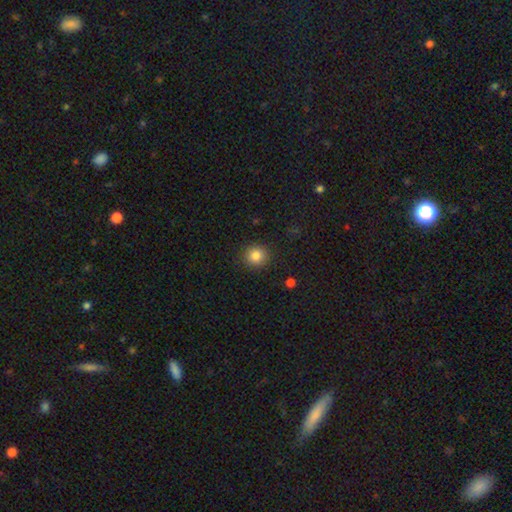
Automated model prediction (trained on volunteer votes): smooth_or_featured: smooth (p=0.83) [alt: star or artifact p=0.11]
how_rounded: round (p=0.91) [alt: in between p=0.08]
merging: none (p=0.91) [alt: minor disturbance p=0.06]